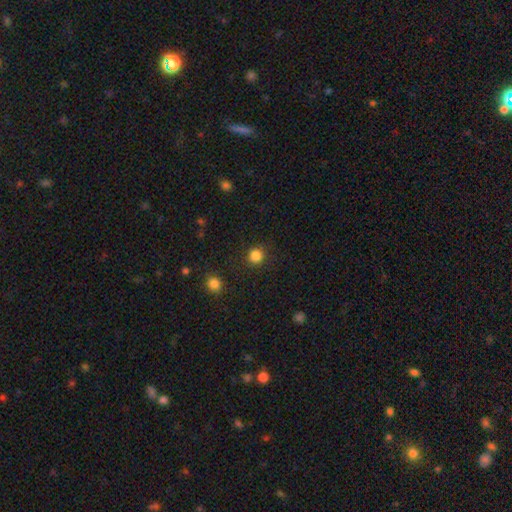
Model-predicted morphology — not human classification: The model was most divided on "smooth or featured": smooth: 84%, star or artifact: 13%, featured or disk: 3%. More confident: how rounded — round (92%); merging — none (88%).